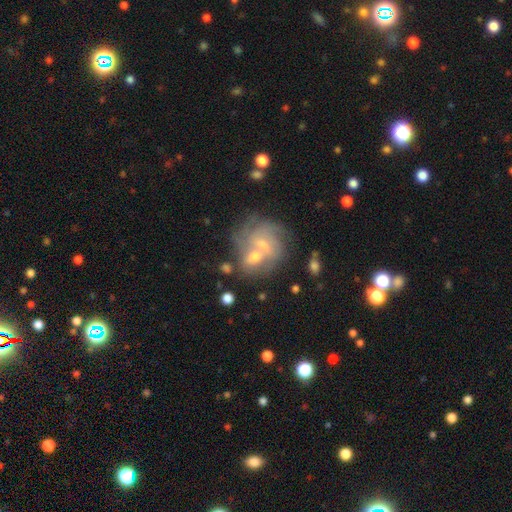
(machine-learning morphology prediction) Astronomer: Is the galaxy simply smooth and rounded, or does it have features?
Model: featured or disk — 55% (runner-up: smooth, 34%).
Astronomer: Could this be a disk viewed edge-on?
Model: no — 96%.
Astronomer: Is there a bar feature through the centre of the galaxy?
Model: no — 56% (runner-up: weak, 36%).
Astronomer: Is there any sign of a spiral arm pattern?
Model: yes — 63%.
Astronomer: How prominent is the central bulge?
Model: small — 49% (runner-up: moderate, 38%).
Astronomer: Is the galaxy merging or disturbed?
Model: merger — 41% (runner-up: none, 34%).